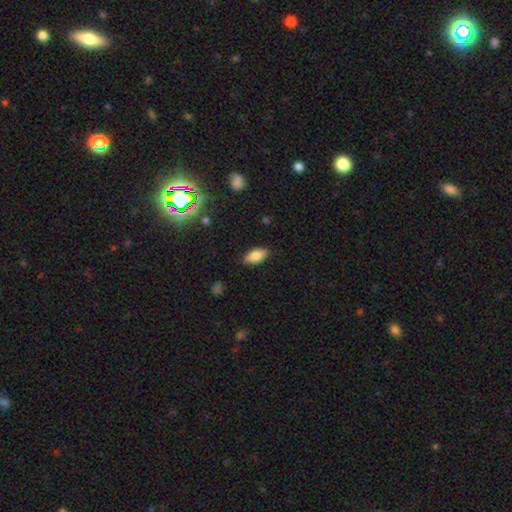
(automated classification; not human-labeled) smooth_or_featured: smooth (p=0.74) [alt: featured or disk p=0.17]
how_rounded: in between (p=0.85) [alt: cigar-shaped p=0.12]
merging: none (p=0.85) [alt: minor disturbance p=0.12]